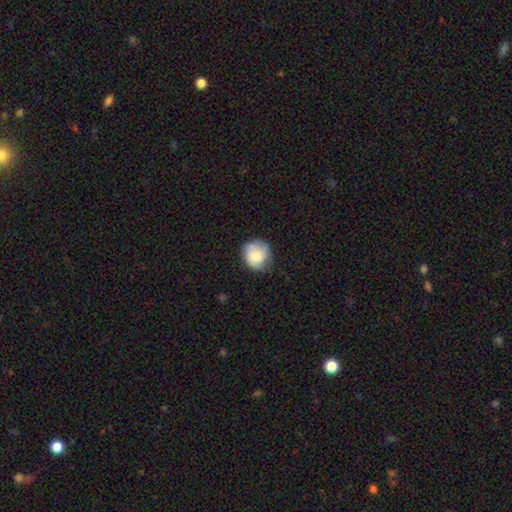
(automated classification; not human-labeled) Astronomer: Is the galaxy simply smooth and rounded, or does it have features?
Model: smooth — 72%.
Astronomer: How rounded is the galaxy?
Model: round — 84%.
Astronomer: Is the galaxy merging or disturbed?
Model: none — 66%.